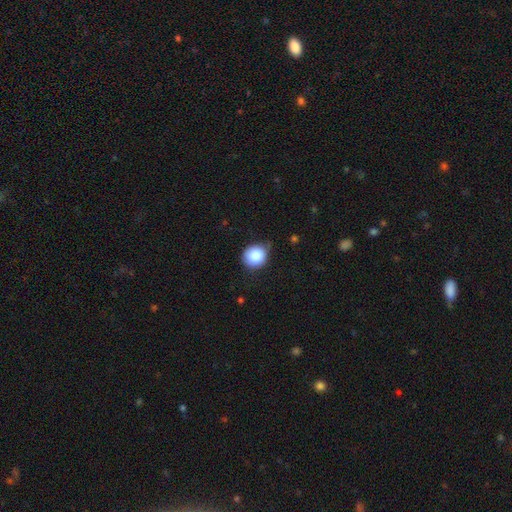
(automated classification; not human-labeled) Smooth or featured?
  - smooth: 86% *
  - star or artifact: 8%
  - featured or disk: 6%
How rounded?
  - round: 87% *
  - in between: 12%
  - cigar-shaped: 1%
Merging?
  - none: 66% *
  - minor disturbance: 27%
  - major disturbance: 5%
  - merger: 2%